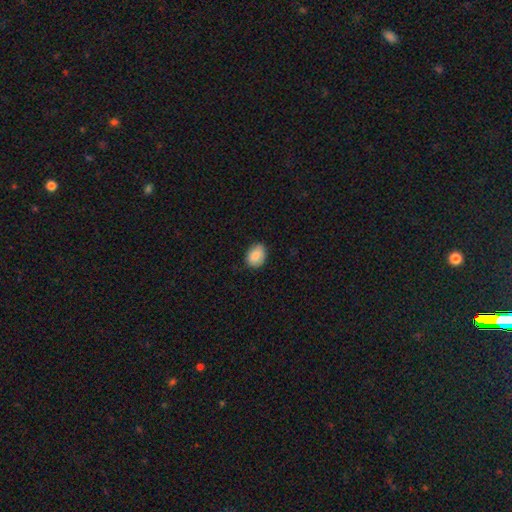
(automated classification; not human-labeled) Morphology: type=smooth (86%); roundness=in between (65%); merging=none (80%).